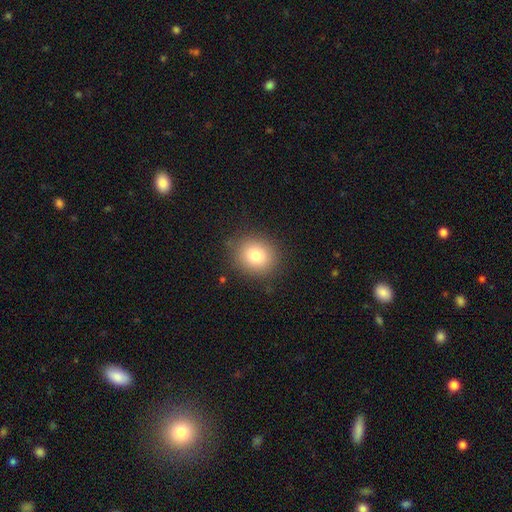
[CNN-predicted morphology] type=smooth (80%); roundness=round (74%); merging=none (86%).